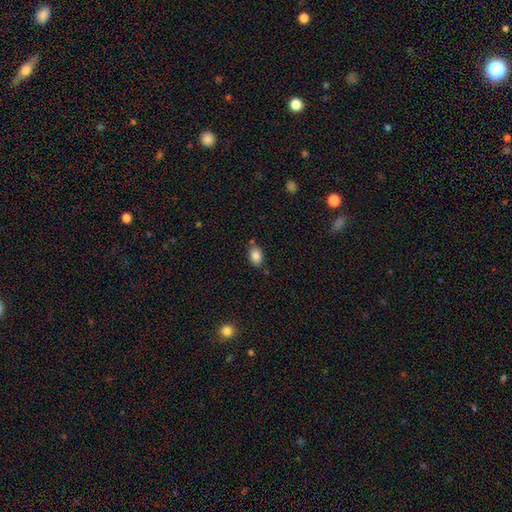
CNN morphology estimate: smooth-or-featured: smooth: 85% | star or artifact: 9% | featured or disk: 6%
  how-rounded: in between: 81% | round: 18% | cigar-shaped: 1%
  merging: none: 74% | minor disturbance: 15% | merger: 7% | major disturbance: 3%